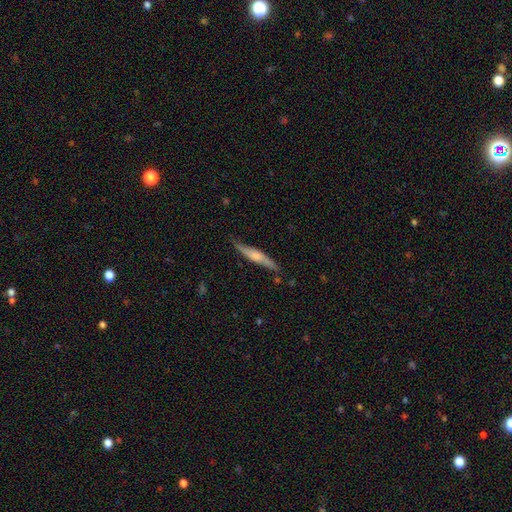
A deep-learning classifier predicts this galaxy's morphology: This appears to be a featured or disk galaxy (52%) viewed edge-on (88%). Merging: none (77%).